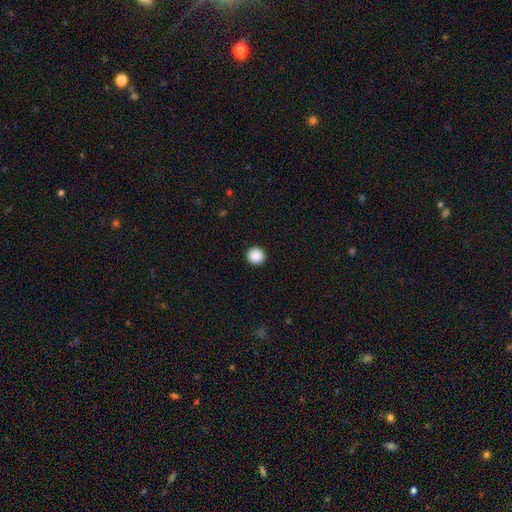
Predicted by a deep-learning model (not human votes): A smooth galaxy with no disk features (89%) that is round (96%). Merging: none (94%).